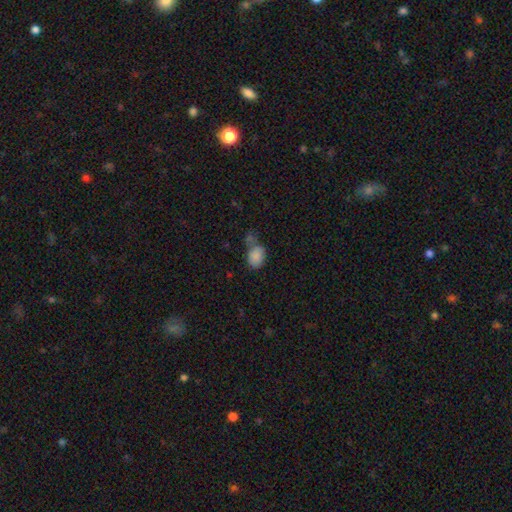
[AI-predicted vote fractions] Smooth or featured? Predicted: smooth (p=0.85). How rounded? Predicted: in between (p=0.78). Merging? Predicted: none (p=0.41).